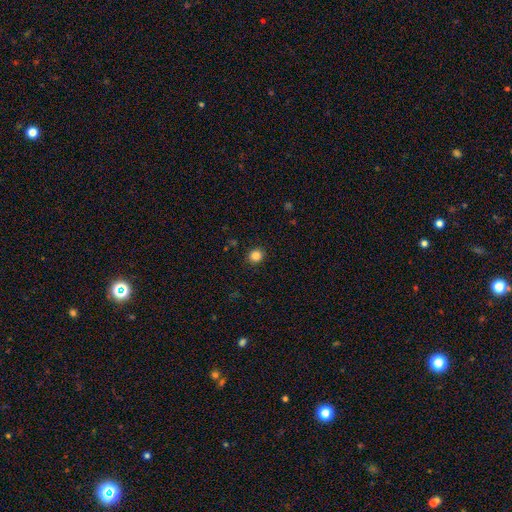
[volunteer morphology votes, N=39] A smooth galaxy with no disk features (90%) that is round (94%). Merging: none (87%).